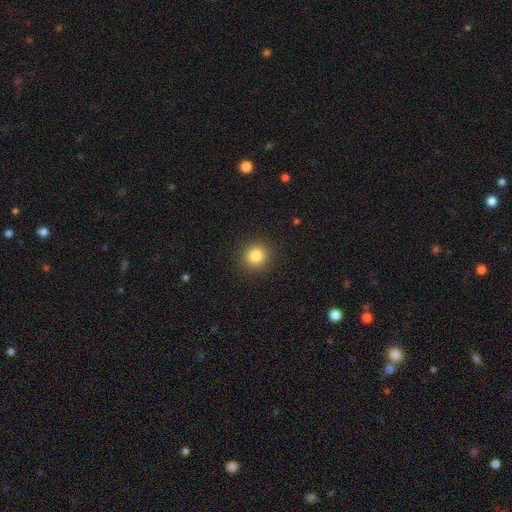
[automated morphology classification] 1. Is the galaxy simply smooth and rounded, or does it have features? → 83% smooth, 11% star or artifact, 6% featured or disk.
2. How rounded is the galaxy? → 88% round, 11% in between, 1% cigar-shaped.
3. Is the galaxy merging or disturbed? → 91% none, 6% minor disturbance, 2% major disturbance, 1% merger.